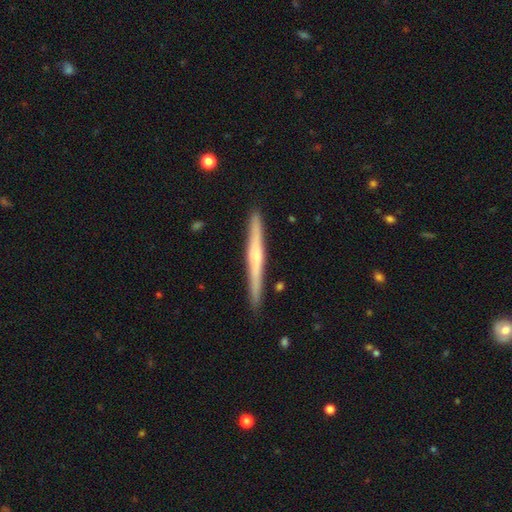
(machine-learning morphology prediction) type=featured or disk (65%); edge-on=yes (98%); edge-on bulge=rounded (59%); merging=none (90%).